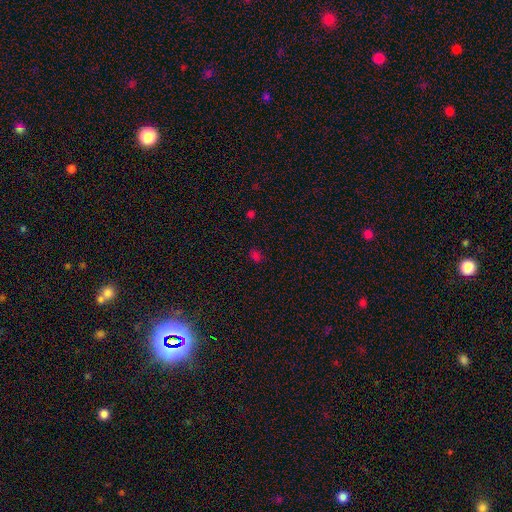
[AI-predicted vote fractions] The model was most divided on "how rounded": in between: 59%, round: 40%, cigar-shaped: 2%. More confident: merging — none (80%); smooth or featured — smooth (63%).